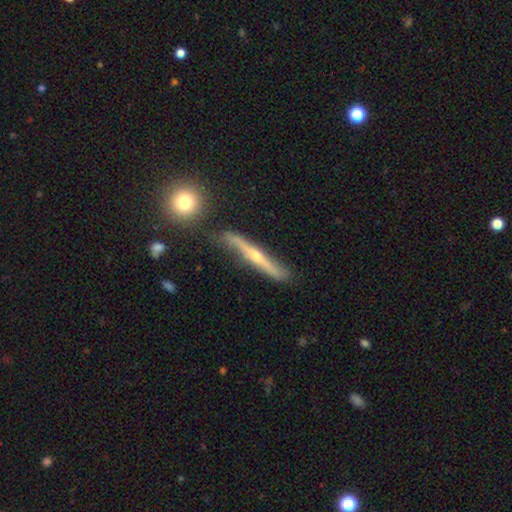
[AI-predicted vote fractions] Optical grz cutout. It shows a featured or disk galaxy (80%) viewed edge-on (91%) with a rounded central bulge (89%). Merging: none (76%).